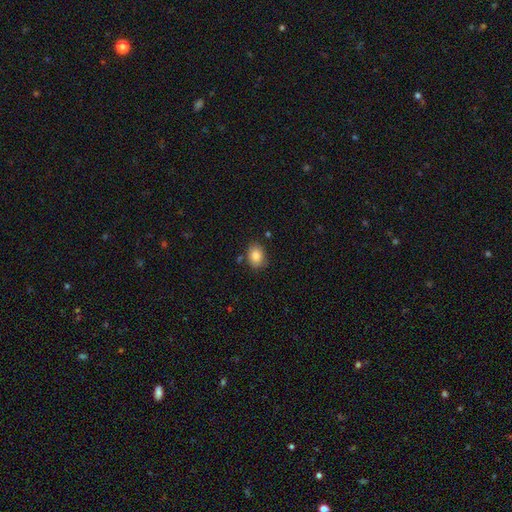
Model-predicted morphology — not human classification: Smooth or featured? Predicted: smooth (p=0.86). How rounded? Predicted: in between (p=0.67). Merging? Predicted: none (p=0.80).